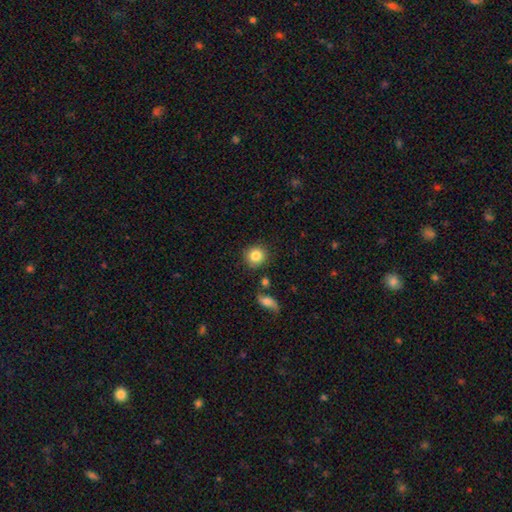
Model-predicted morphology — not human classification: Overall: smooth (85%). How rounded: round (88%). Merging: none (85%).